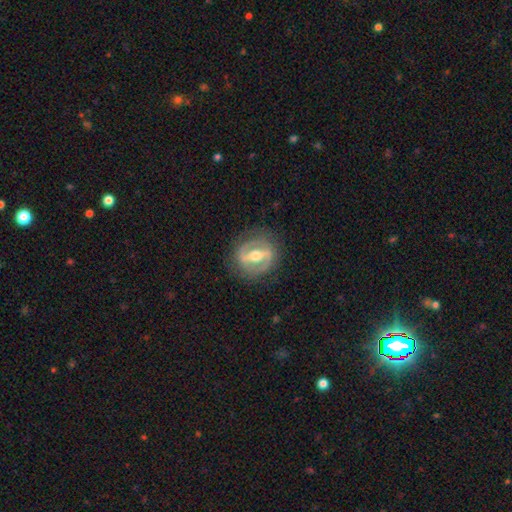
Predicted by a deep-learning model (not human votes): This is likely a featured or disk galaxy (79%). It is clearly not viewed edge-on (91%). Bar: likely strong (67%). Spiral arm pattern: possibly yes (55%). Central bulge: likely moderate (73%). Merging: clearly none (82%).